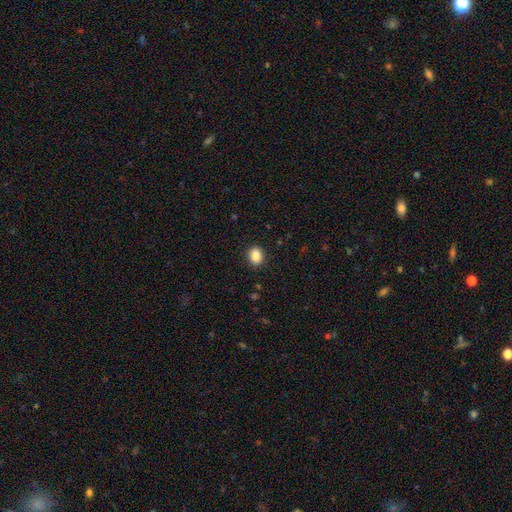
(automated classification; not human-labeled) Smooth or featured?
  - smooth: 86% *
  - star or artifact: 9%
  - featured or disk: 5%
How rounded?
  - round: 53% *
  - in between: 46%
  - cigar-shaped: 1%
Merging?
  - none: 91% *
  - minor disturbance: 7%
  - major disturbance: 2%
  - merger: 1%